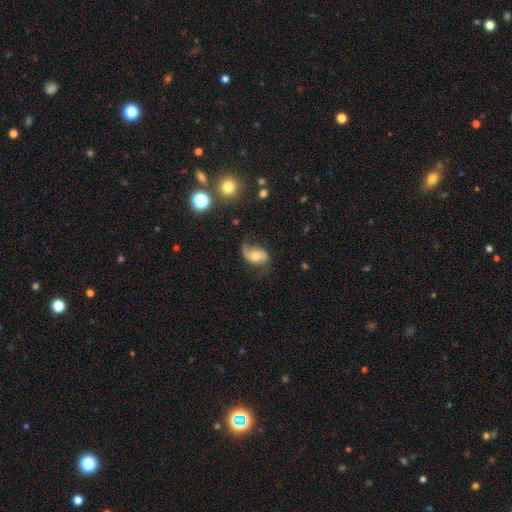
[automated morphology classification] Smooth or featured? Predicted: featured or disk (p=0.54). Edge-on disk? Predicted: no (p=0.95). Bar? Predicted: no (p=0.59). Spiral arms? Predicted: yes (p=0.86). Bulge size? Predicted: moderate (p=0.59). Merging? Predicted: none (p=0.47).